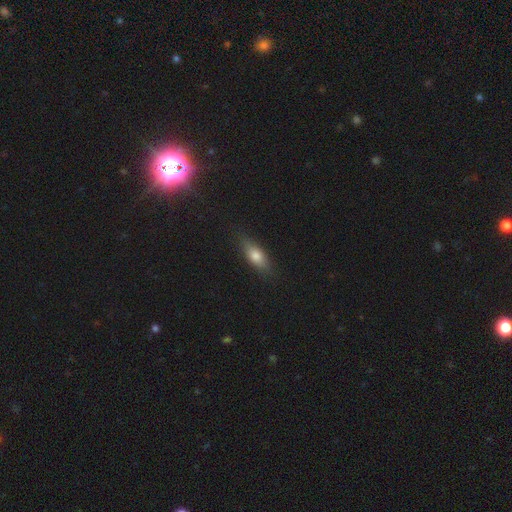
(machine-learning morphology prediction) This appears to be a smooth galaxy with no disk features (74%) that is in between round and cigar-shaped (72%). Merging: none (82%).